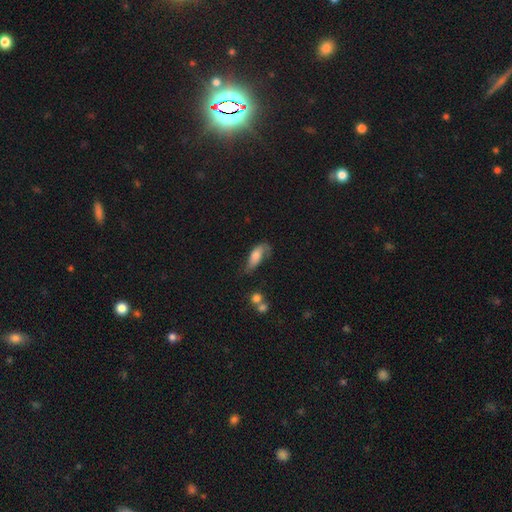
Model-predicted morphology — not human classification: The model was most divided on "merging": none: 39%, minor disturbance: 32%, major disturbance: 25%, merger: 4%. More confident: how rounded — in between (78%); smooth or featured — smooth (54%).